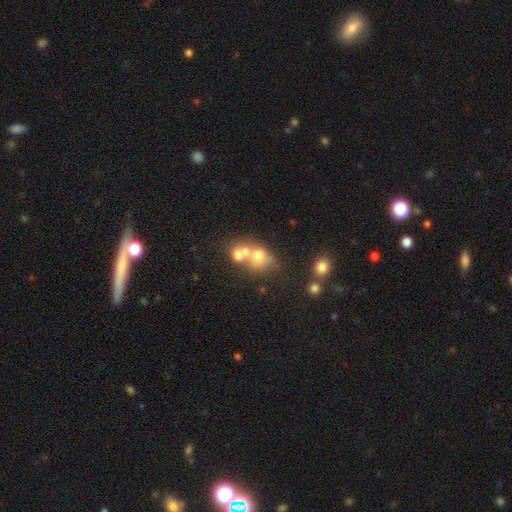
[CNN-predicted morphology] Smooth or featured: smooth — 60% (featured or disk — 25%)
How rounded: round — 61% (in between — 37%)
Merging: merger — 59% (none — 27%)